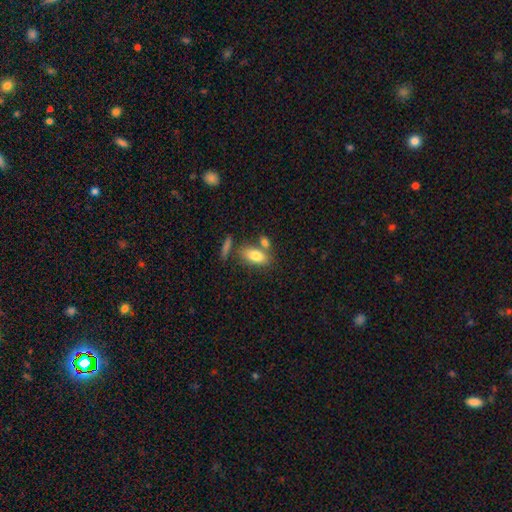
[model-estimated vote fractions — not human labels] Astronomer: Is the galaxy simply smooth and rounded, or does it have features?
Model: smooth — 80%.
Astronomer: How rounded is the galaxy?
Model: in between — 87%.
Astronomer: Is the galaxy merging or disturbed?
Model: none — 58%.